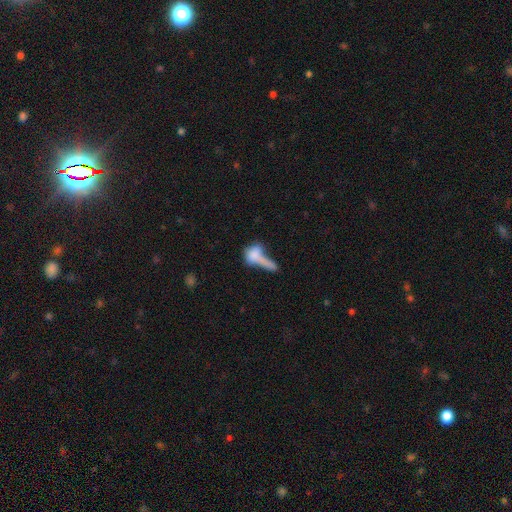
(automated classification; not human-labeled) Smooth or featured?
  - smooth: 66% *
  - featured or disk: 23%
  - star or artifact: 11%
How rounded?
  - in between: 57% *
  - round: 23%
  - cigar-shaped: 20%
Merging?
  - merger: 46% *
  - major disturbance: 24%
  - none: 19%
  - minor disturbance: 11%